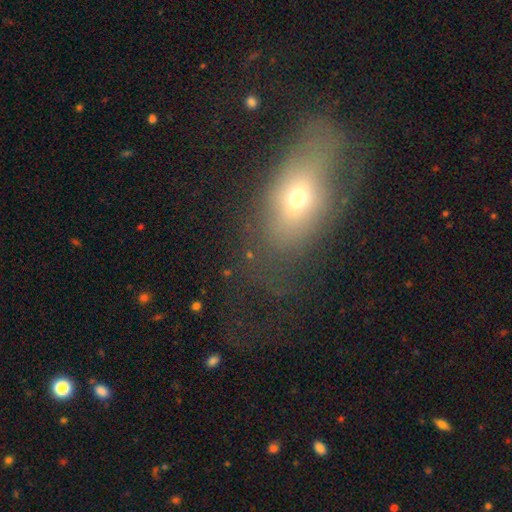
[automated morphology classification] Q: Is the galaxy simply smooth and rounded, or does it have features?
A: smooth — 53%.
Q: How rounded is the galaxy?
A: in between — 72%.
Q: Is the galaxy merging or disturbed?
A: none — 46%.